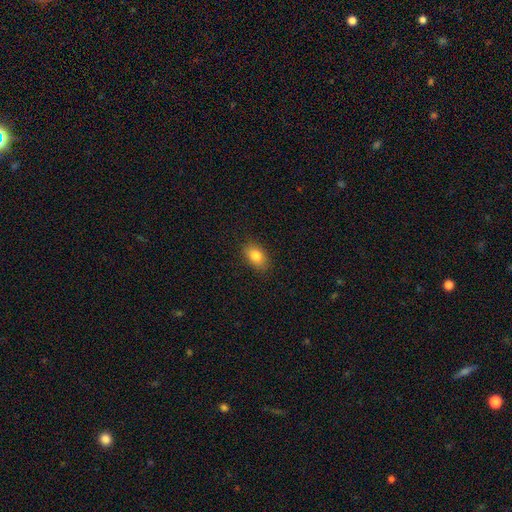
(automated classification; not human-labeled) This is clearly a smooth galaxy (82%). How rounded: clearly in between (85%). Merging: clearly none (86%).